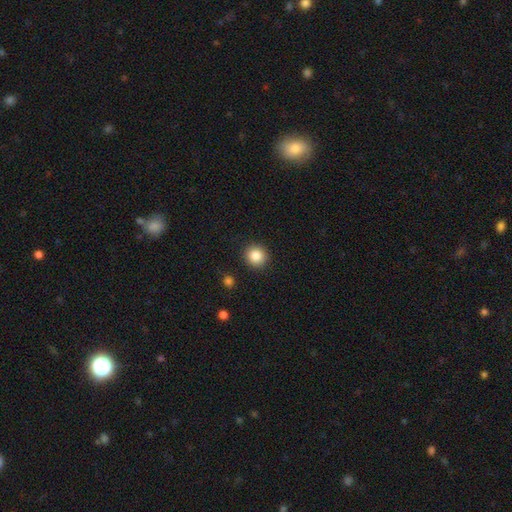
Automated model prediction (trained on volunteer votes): smooth 86%, star or artifact 10%, featured or disk 4%. Down the decision tree: how rounded — round (92%); merging — none (91%).